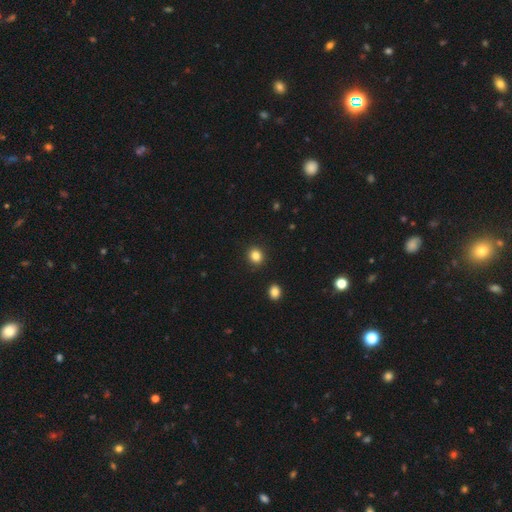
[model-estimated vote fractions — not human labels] smooth 84%, star or artifact 11%, featured or disk 4%. Down the decision tree: how rounded — round (78%); merging — none (91%).